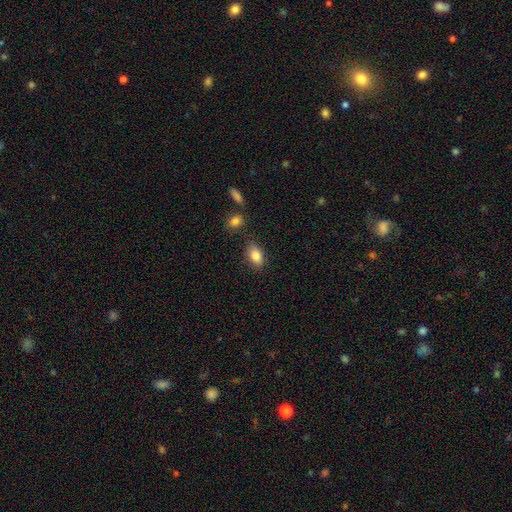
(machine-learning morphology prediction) smooth 86%, star or artifact 8%, featured or disk 7%. Down the decision tree: how rounded — in between (88%); merging — none (79%).